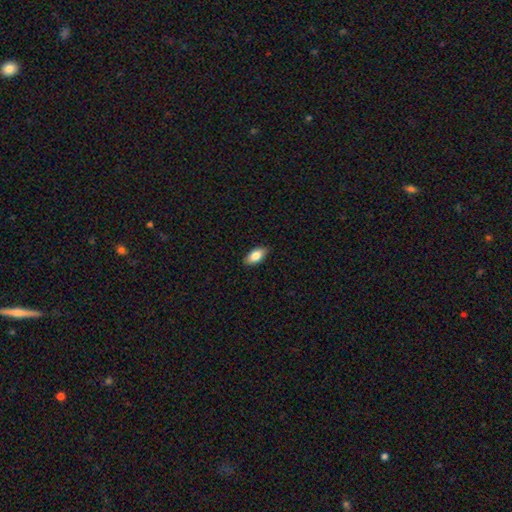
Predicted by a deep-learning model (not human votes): This appears to be a smooth galaxy with no disk features (83%) that is in between round and cigar-shaped (91%). Merging: none (87%).